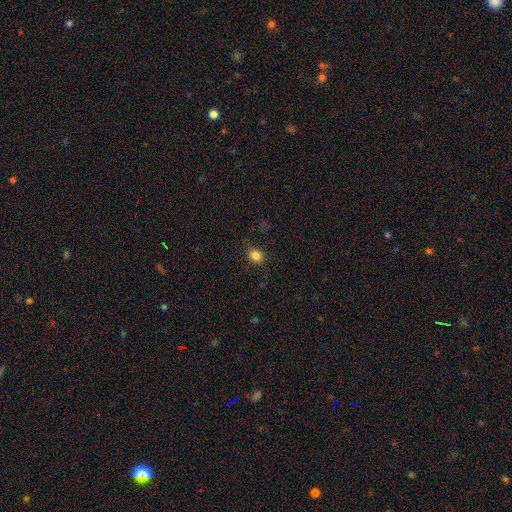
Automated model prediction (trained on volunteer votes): Morphology: type=smooth (83%); roundness=round (75%); merging=none (84%).